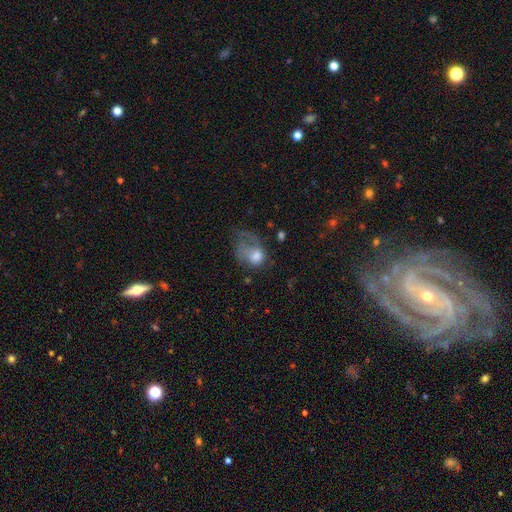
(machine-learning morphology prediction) Smooth or featured: smooth — 57% (featured or disk — 33%)
How rounded: in between — 63% (round — 35%)
Merging: major disturbance — 58% (minor disturbance — 20%)